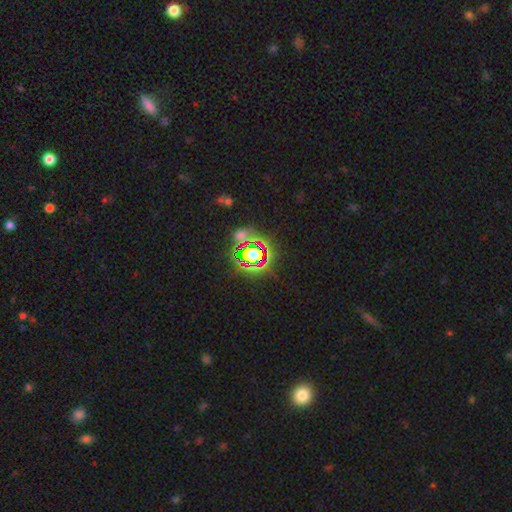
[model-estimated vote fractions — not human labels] This is likely a star or artifact rather than a galaxy (70%).